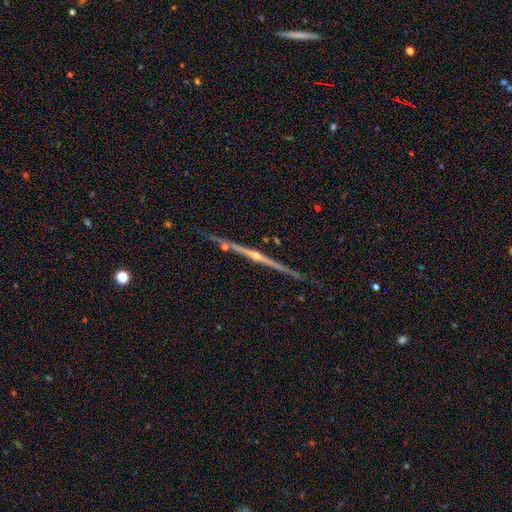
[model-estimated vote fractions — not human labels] Morphology: type=featured or disk (85%); edge-on=yes (98%); edge-on bulge=rounded (77%); merging=none (87%).